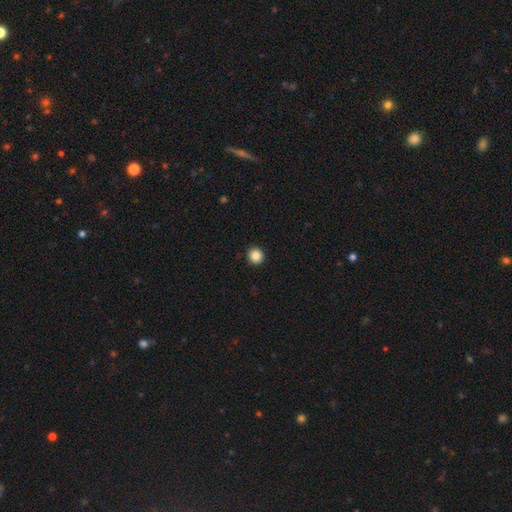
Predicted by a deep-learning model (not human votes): Overall: smooth (87%). How rounded: round (94%). Merging: none (93%).